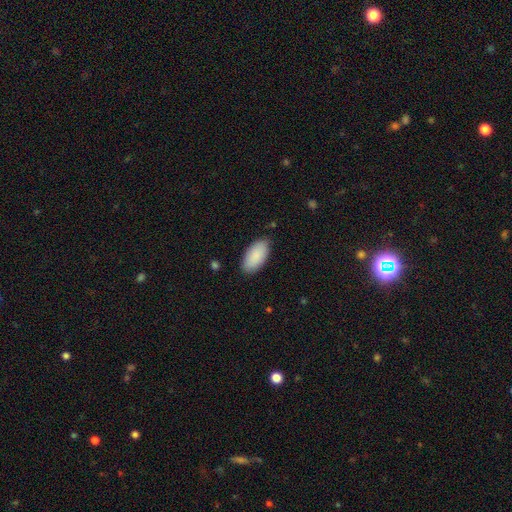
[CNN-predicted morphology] This appears to be a smooth galaxy with no disk features (89%) that is in between round and cigar-shaped (95%). Merging: none (85%).